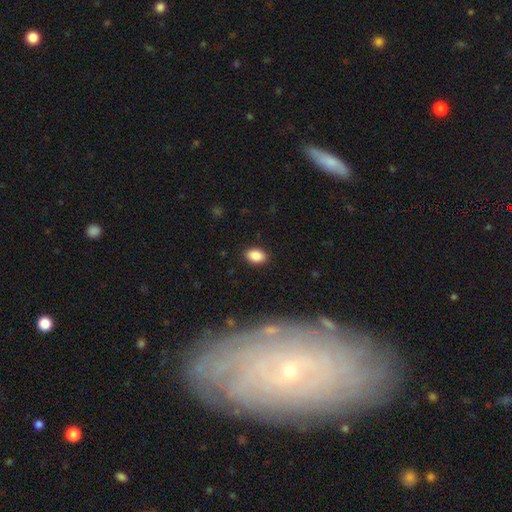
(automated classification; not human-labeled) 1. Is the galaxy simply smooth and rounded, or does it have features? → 88% smooth, 8% star or artifact, 4% featured or disk.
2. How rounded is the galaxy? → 87% in between, 12% round, 1% cigar-shaped.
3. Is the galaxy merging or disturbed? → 88% none, 9% minor disturbance, 2% major disturbance, 1% merger.